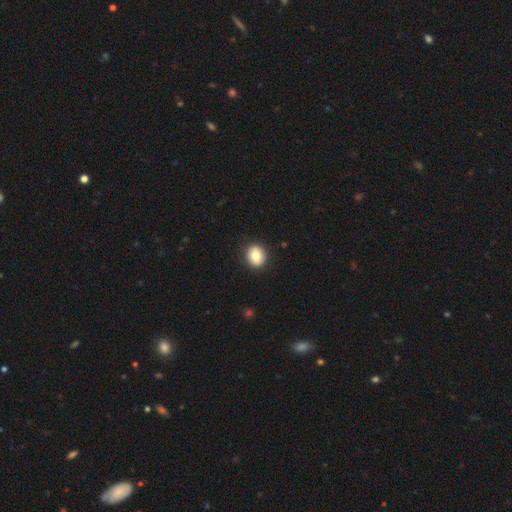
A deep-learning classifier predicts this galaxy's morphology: The model was most divided on "how rounded": round: 71%, in between: 28%, cigar-shaped: 1%. More confident: merging — none (90%); smooth or featured — smooth (83%).